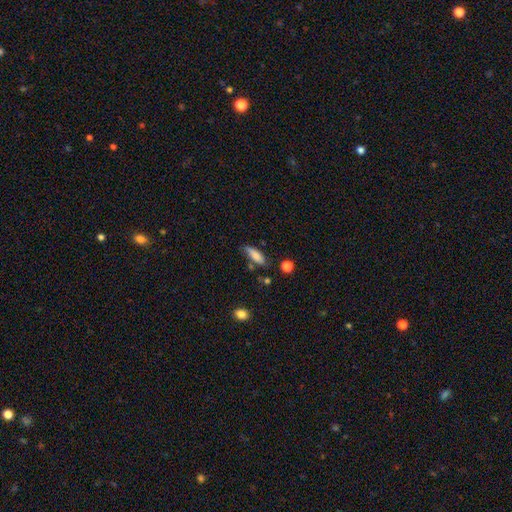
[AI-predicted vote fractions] A smooth galaxy with no disk features (79%) that is in between round and cigar-shaped (54%).

Vote fractions:
- Smooth or featured? smooth: 79% / featured or disk: 13% / star or artifact: 8%
- How rounded? in between: 54% / cigar-shaped: 43% / round: 3%
- Merging? none: 64% / minor disturbance: 25% / major disturbance: 6% / merger: 6%